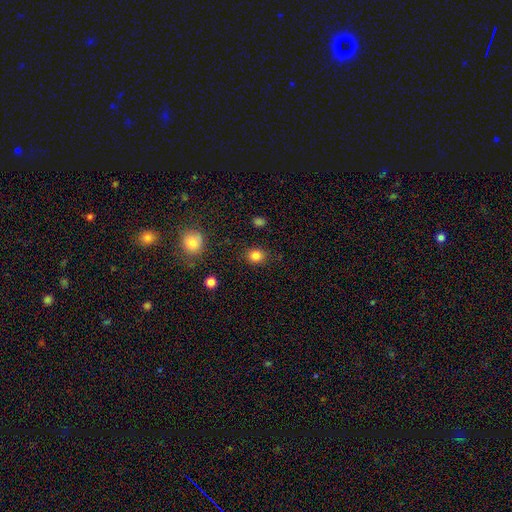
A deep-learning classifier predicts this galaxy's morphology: The model was most divided on "how rounded": round: 71%, in between: 28%, cigar-shaped: 1%. More confident: merging — none (87%); smooth or featured — smooth (84%).